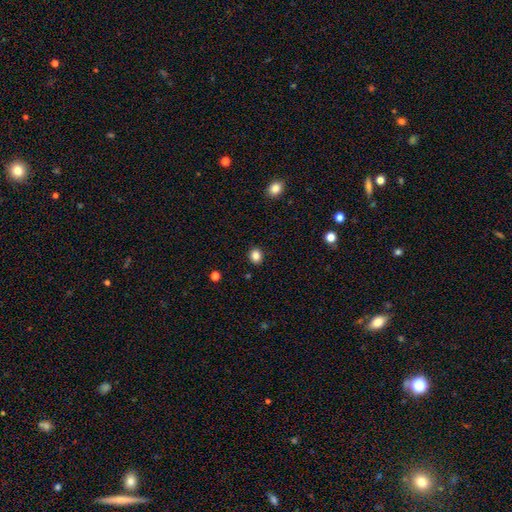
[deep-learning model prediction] This is clearly a smooth galaxy (85%). How rounded: likely round (70%). Merging: clearly none (91%).